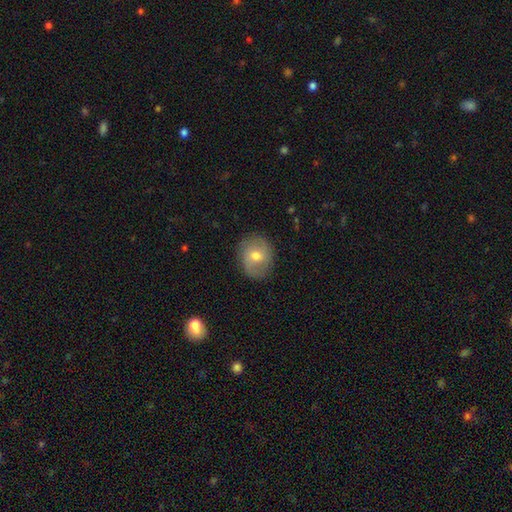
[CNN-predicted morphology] The model was most divided on "smooth or featured": smooth: 51%, featured or disk: 41%, star or artifact: 9%. More confident: merging — none (81%); how rounded — round (70%).